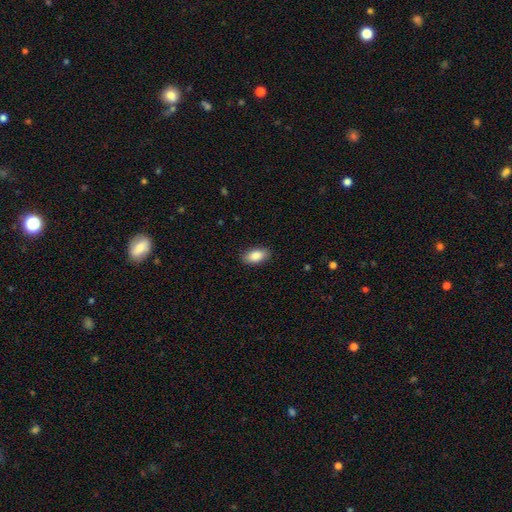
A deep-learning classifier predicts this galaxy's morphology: Smooth or featured: smooth — 87% (star or artifact — 7%)
How rounded: in between — 92% (cigar-shaped — 4%)
Merging: none — 88% (minor disturbance — 9%)